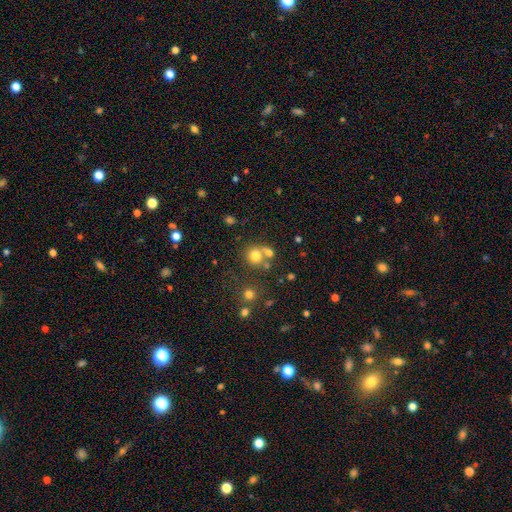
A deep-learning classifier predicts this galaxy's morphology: Q: Smooth or featured?
A: smooth (74%); runner-up: star or artifact (15%)
Q: How rounded?
A: round (85%); runner-up: in between (14%)
Q: Merging?
A: none (53%); runner-up: merger (33%)